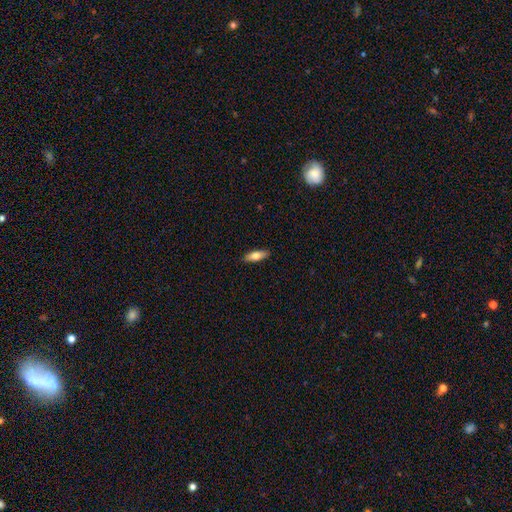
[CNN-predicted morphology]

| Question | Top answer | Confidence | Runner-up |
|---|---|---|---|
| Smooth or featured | smooth | 73% | featured or disk (21%) |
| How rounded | in between | 58% | cigar-shaped (39%) |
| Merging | none | 90% | minor disturbance (8%) |